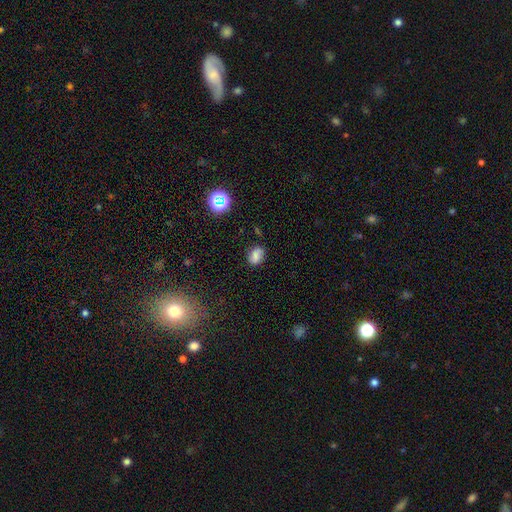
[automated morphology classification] Smooth or featured?
  - smooth: 69% *
  - featured or disk: 17%
  - star or artifact: 14%
How rounded?
  - in between: 66% *
  - round: 32%
  - cigar-shaped: 2%
Merging?
  - none: 73% *
  - minor disturbance: 19%
  - major disturbance: 5%
  - merger: 4%